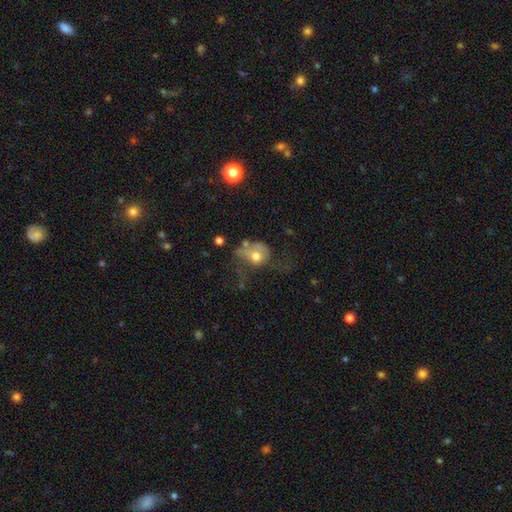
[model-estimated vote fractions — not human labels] Overall: smooth (58%; featured or disk 31%). How rounded: in between (51%; round 48%). Merging: major disturbance (50%; minor disturbance 19%).